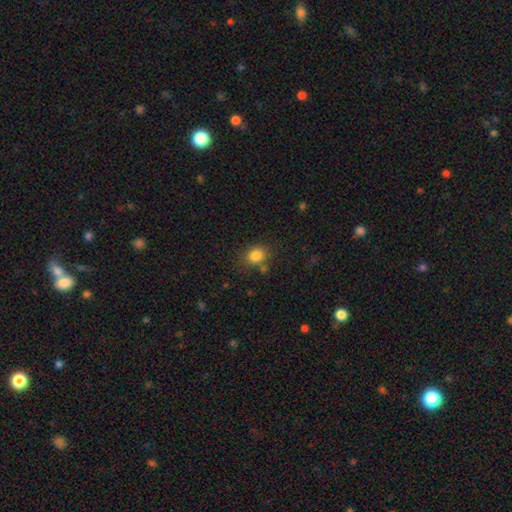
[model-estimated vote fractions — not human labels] smooth_or_featured: smooth (p=0.83) [alt: star or artifact p=0.11]
how_rounded: round (p=0.52) [alt: in between p=0.47]
merging: none (p=0.73) [alt: minor disturbance p=0.14]